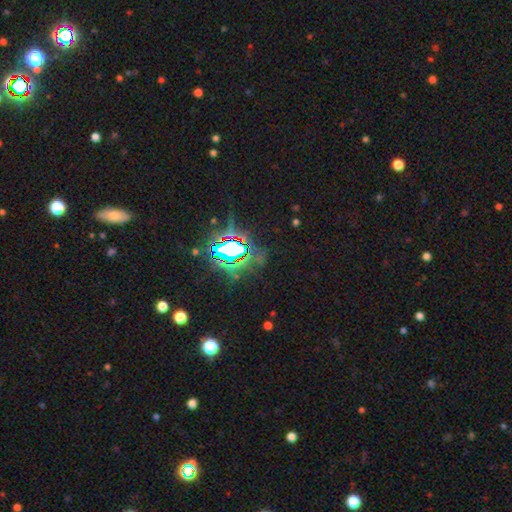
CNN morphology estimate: Q: Smooth or featured?
A: star or artifact (81%); runner-up: smooth (11%)